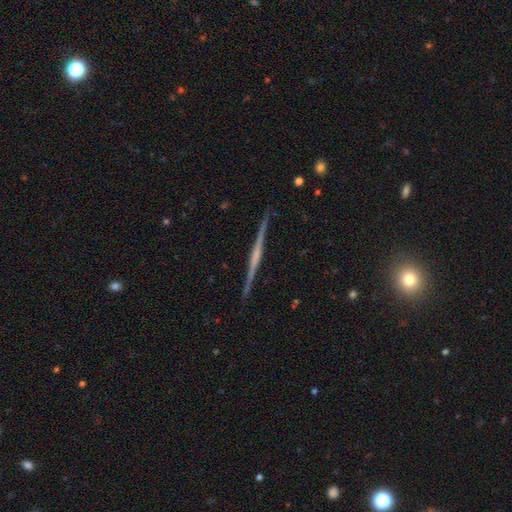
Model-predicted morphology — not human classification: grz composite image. It shows a featured or disk galaxy (79%) viewed edge-on (98%) with no central bulge (46%). Merging: none (91%).